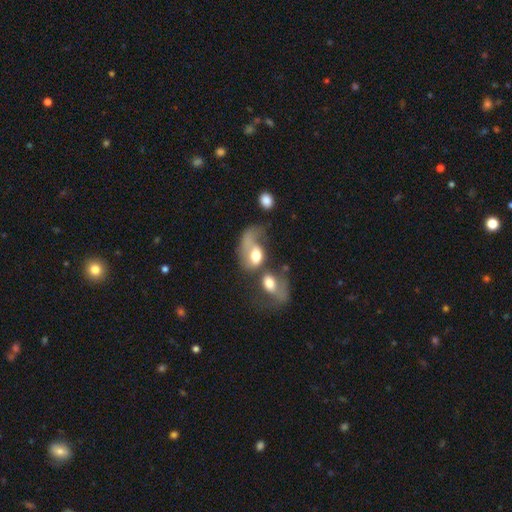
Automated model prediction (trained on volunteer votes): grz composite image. It shows a smooth galaxy with no disk features (52%) that is in between round and cigar-shaped (73%). Merging: merger (54%).